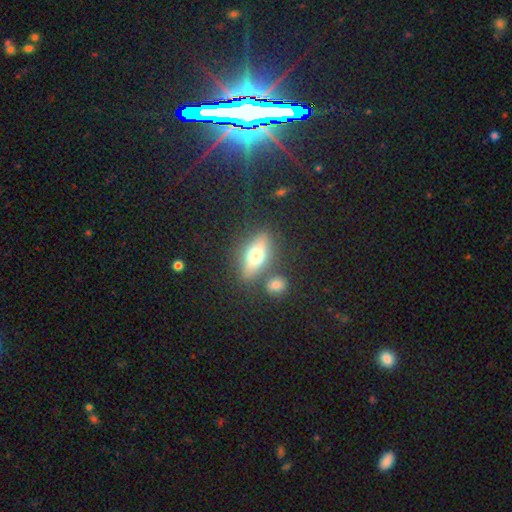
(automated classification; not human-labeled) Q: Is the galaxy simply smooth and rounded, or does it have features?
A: smooth — 61%.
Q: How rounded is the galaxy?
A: in between — 70%.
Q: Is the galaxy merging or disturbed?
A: none — 73%.